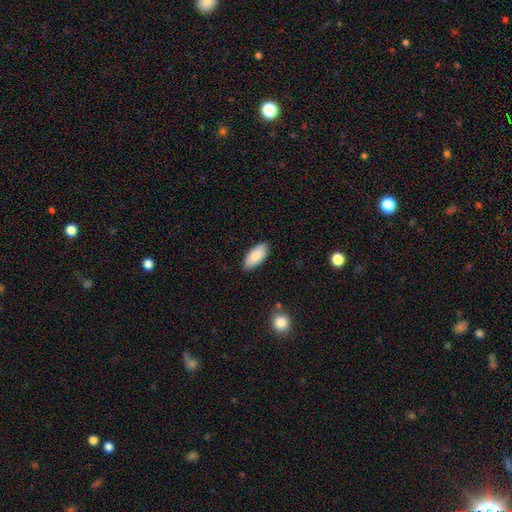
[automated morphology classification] type=smooth (86%); roundness=in between (90%); merging=none (85%).